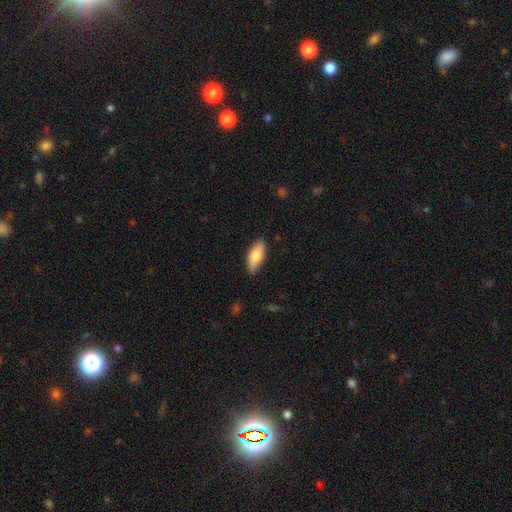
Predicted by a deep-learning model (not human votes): Smooth or featured? smooth (78%)
How rounded? in between (78%)
Merging? none (84%)